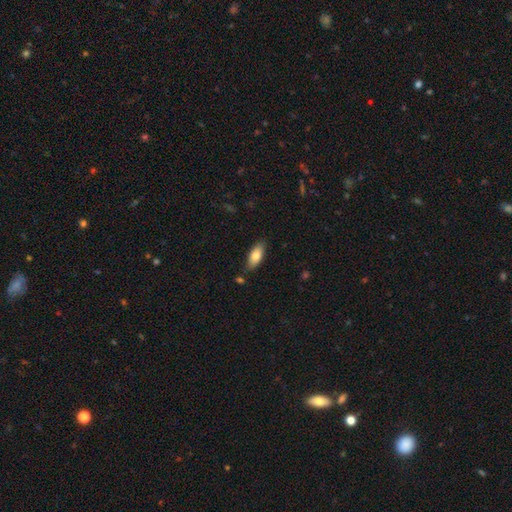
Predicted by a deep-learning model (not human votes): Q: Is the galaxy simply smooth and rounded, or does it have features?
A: smooth — 80%.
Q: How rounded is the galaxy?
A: in between — 83%.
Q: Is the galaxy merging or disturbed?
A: none — 80%.